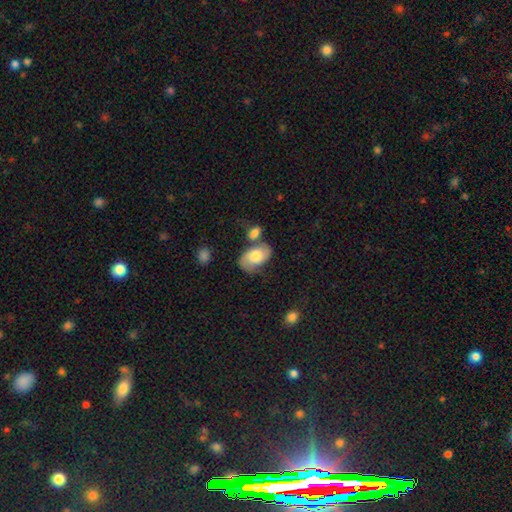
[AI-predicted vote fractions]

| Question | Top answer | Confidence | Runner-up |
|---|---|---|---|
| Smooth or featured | smooth | 53% | featured or disk (40%) |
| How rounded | in between | 90% | round (9%) |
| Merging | none | 48% | merger (22%) |